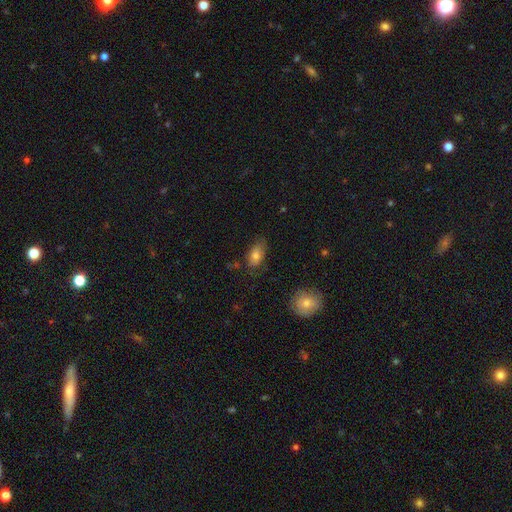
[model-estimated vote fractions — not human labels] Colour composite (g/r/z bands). It shows a smooth galaxy with no disk features (76%) that is in between round and cigar-shaped (90%). Merging: none (65%).